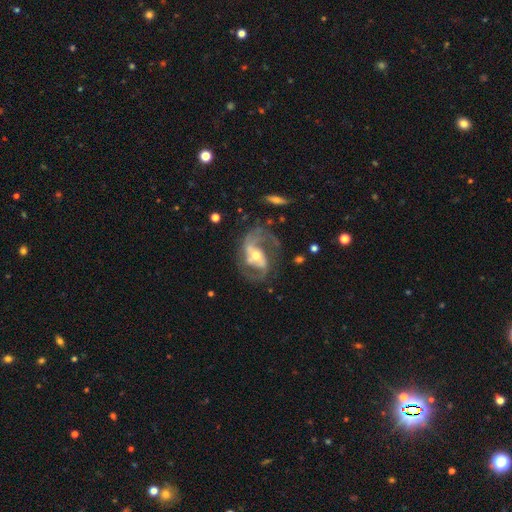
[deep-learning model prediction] Smooth or featured?
  - featured or disk: 88% *
  - smooth: 6%
  - star or artifact: 5%
Edge-on disk?
  - no: 97% *
  - yes: 3%
Bar?
  - strong: 38% *
  - weak: 36%
  - no: 26%
Spiral arms?
  - yes: 95% *
  - no: 5%
Spiral winding?
  - medium: 50% *
  - loose: 38%
  - tight: 13%
Spiral arm count?
  - 2: 86% *
  - can't tell: 4%
  - 3: 4%
  - 1: 3%
  - 4: 1%
  - more than 4: 1%
Bulge size?
  - moderate: 61% *
  - small: 31%
  - large: 6%
  - none: 1%
  - dominant: 1%
Merging?
  - none: 62% *
  - major disturbance: 18%
  - minor disturbance: 17%
  - merger: 4%